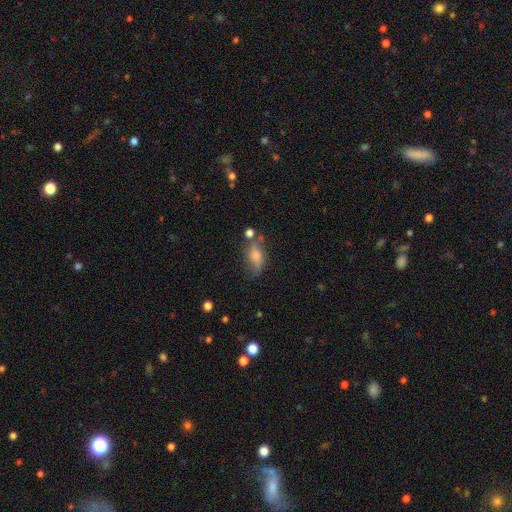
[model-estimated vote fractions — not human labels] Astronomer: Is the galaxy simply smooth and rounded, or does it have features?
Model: smooth — 55% (runner-up: featured or disk, 35%).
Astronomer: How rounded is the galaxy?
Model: in between — 78%.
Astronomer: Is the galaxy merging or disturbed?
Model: none — 51% (runner-up: minor disturbance, 27%).